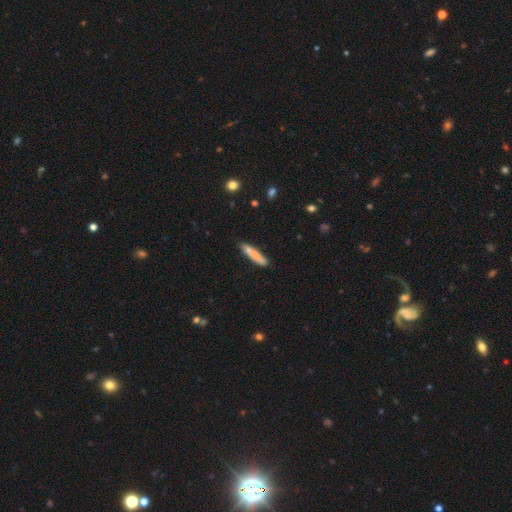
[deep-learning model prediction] A smooth galaxy with no disk features (79%) that is cigar-shaped (88%).

Vote fractions:
- Smooth or featured? smooth: 79% / featured or disk: 15% / star or artifact: 6%
- How rounded? cigar-shaped: 88% / in between: 10% / round: 1%
- Merging? none: 81% / minor disturbance: 14% / merger: 3% / major disturbance: 2%